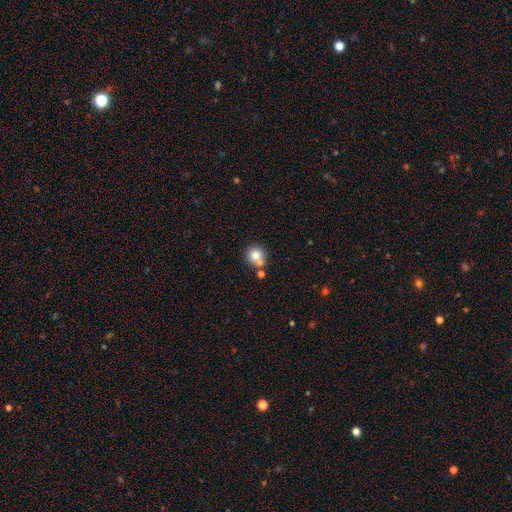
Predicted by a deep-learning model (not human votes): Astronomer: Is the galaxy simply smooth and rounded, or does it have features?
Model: smooth — 77%.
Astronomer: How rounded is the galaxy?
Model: round — 91%.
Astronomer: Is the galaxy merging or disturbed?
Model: none — 63%.